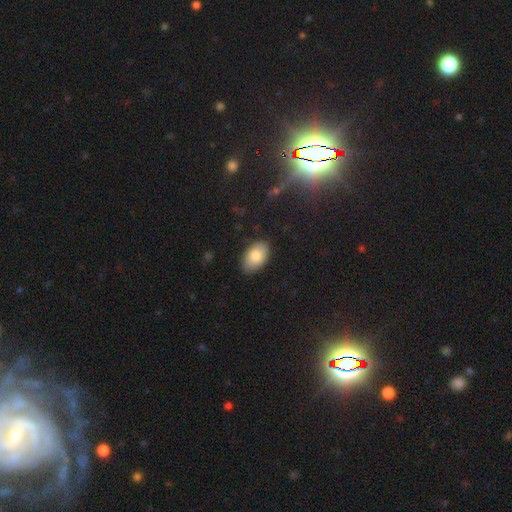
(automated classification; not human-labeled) A smooth galaxy with no disk features (82%) that is in between round and cigar-shaped (92%).

Vote fractions:
- Smooth or featured? smooth: 82% / featured or disk: 11% / star or artifact: 7%
- How rounded? in between: 92% / round: 7% / cigar-shaped: 1%
- Merging? none: 85% / minor disturbance: 12% / major disturbance: 2% / merger: 1%